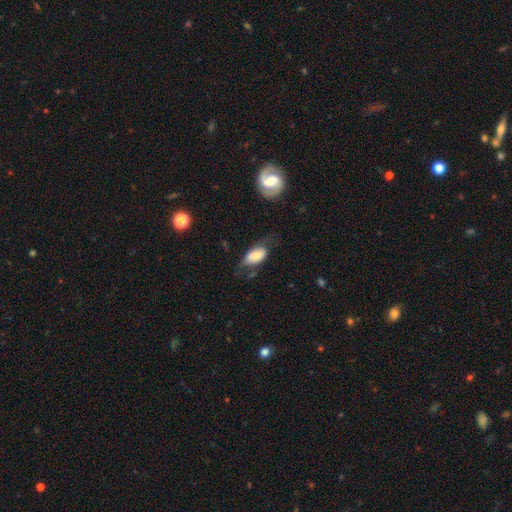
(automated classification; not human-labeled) The model was most divided on "merging": none: 47%, minor disturbance: 28%, major disturbance: 21%, merger: 4%. More confident: how rounded — in between (91%); smooth or featured — smooth (64%).